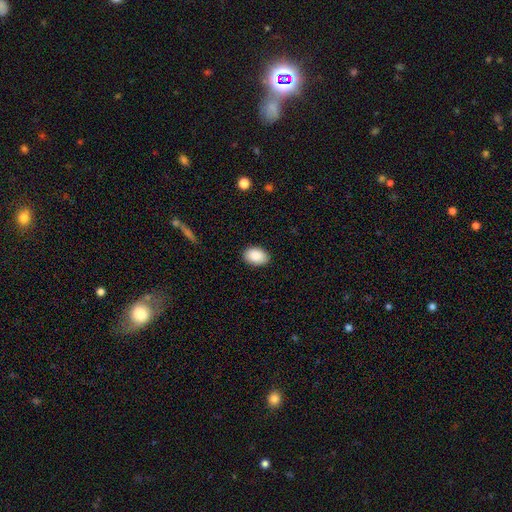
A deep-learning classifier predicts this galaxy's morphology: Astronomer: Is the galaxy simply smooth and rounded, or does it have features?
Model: smooth — 90%.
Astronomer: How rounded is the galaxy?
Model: in between — 88%.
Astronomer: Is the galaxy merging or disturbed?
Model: none — 88%.